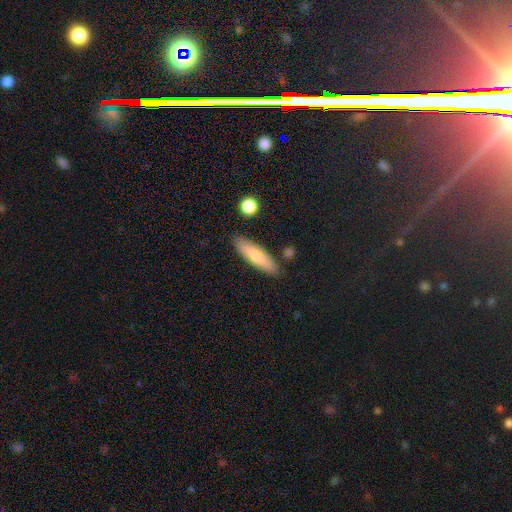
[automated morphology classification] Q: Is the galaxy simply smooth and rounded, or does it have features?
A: smooth — 68%.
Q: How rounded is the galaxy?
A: cigar-shaped — 63%.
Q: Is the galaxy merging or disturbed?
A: none — 84%.